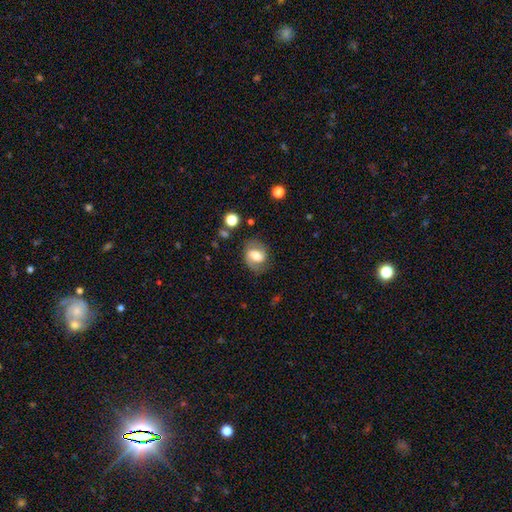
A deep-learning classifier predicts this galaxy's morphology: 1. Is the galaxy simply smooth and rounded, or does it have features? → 53% featured or disk, 39% smooth, 8% star or artifact.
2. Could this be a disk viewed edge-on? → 96% no, 4% yes.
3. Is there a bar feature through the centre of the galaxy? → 45% weak, 33% no, 22% strong.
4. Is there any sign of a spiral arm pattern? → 81% yes, 19% no.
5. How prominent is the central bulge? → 60% moderate, 22% large, 14% small, 2% dominant, 2% none.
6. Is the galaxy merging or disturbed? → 75% none, 16% minor disturbance, 7% major disturbance, 2% merger.